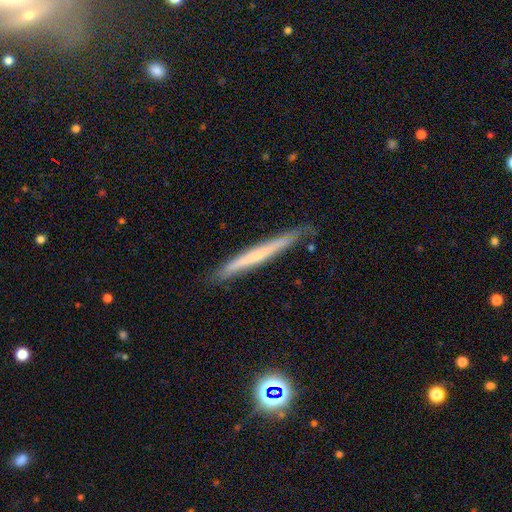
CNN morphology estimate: smooth-or-featured: featured or disk: 47% (tied) | smooth: 47% (tied) | star or artifact: 6%
  merging: none: 82% | minor disturbance: 14% | major disturbance: 2% | merger: 1%